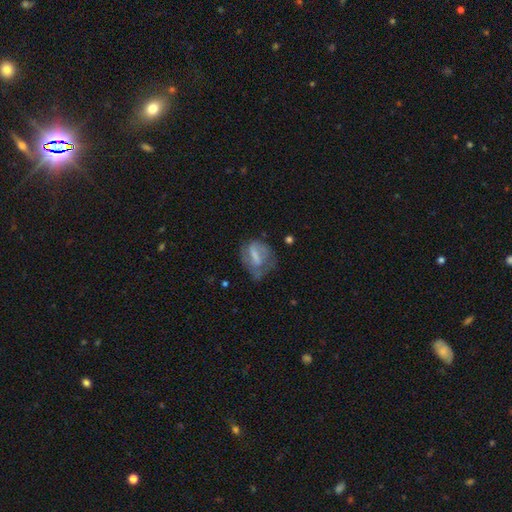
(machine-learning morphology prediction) The model was most divided on "smooth or featured": featured or disk: 48%, smooth: 43%, star or artifact: 9%. Remaining: merging — none (39%).